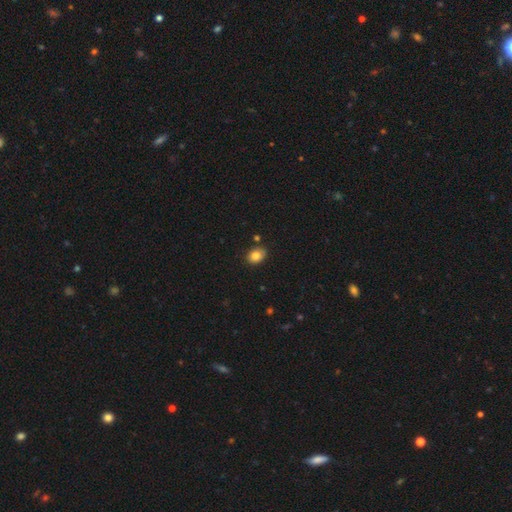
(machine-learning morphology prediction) Q: Smooth or featured?
A: smooth (83%); runner-up: star or artifact (9%)
Q: How rounded?
A: in between (70%); runner-up: round (29%)
Q: Merging?
A: none (80%); runner-up: minor disturbance (14%)